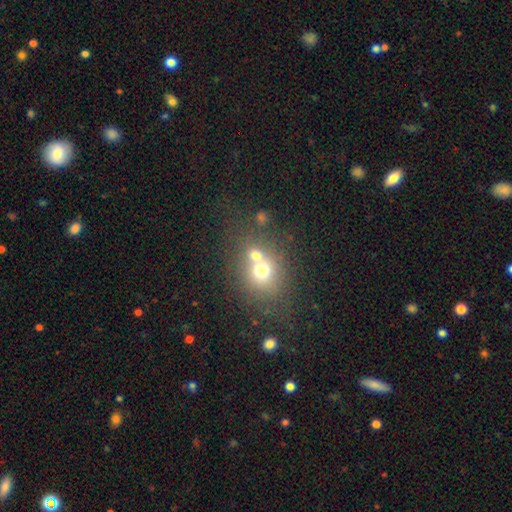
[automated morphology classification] This is likely a smooth galaxy (65%). How rounded: likely round (72%). Merging: possibly merger (53%).